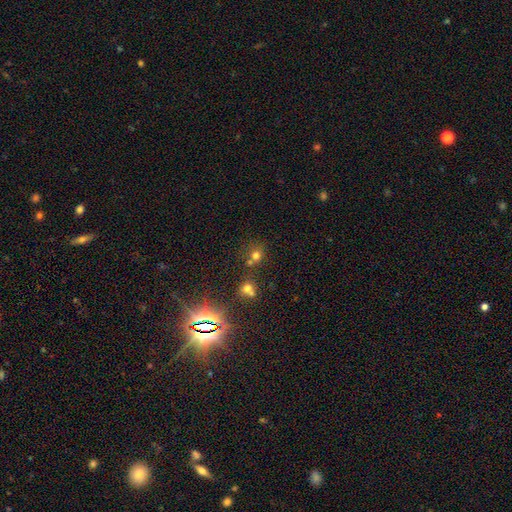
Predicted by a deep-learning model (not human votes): Smooth or featured? Predicted: smooth (p=0.64). How rounded? Predicted: round (p=0.82). Merging? Predicted: none (p=0.56).